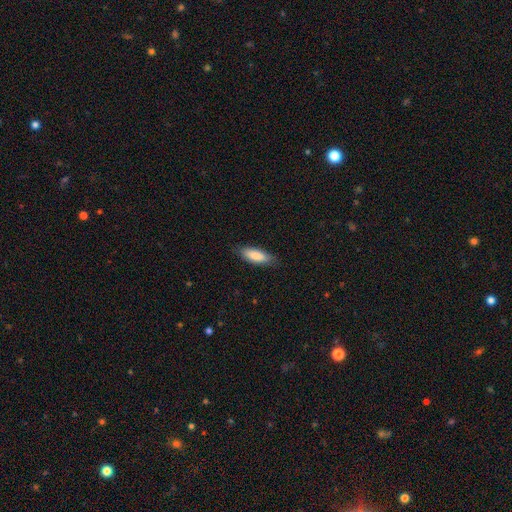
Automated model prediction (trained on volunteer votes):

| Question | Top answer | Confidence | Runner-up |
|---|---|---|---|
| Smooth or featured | smooth | 83% | featured or disk (12%) |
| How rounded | in between | 64% | cigar-shaped (34%) |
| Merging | none | 81% | minor disturbance (15%) |